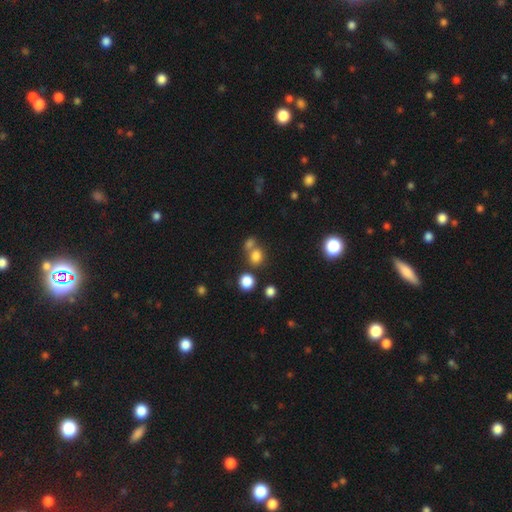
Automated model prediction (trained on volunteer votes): Smooth or featured?
  - smooth: 76% *
  - star or artifact: 17%
  - featured or disk: 7%
How rounded?
  - round: 75% *
  - in between: 24%
  - cigar-shaped: 1%
Merging?
  - none: 54% *
  - merger: 33%
  - minor disturbance: 9%
  - major disturbance: 4%